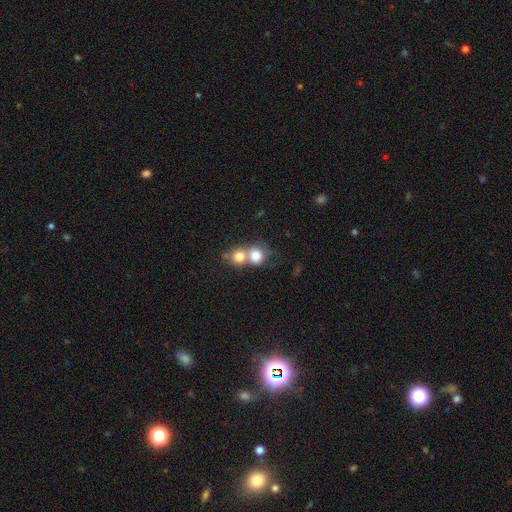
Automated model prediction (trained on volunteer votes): This appears to be a smooth galaxy with no disk features (76%) that is round (78%). Merging: merger (67%).